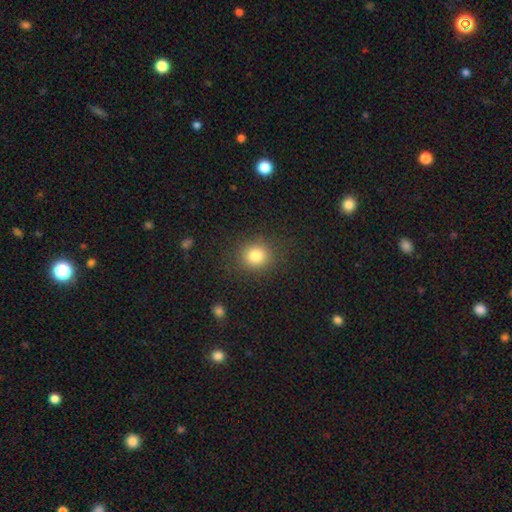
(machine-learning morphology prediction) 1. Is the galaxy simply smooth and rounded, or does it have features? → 82% smooth, 12% star or artifact, 7% featured or disk.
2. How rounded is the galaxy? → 81% round, 18% in between, 1% cigar-shaped.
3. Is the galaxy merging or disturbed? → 86% none, 9% minor disturbance, 4% major disturbance, 1% merger.